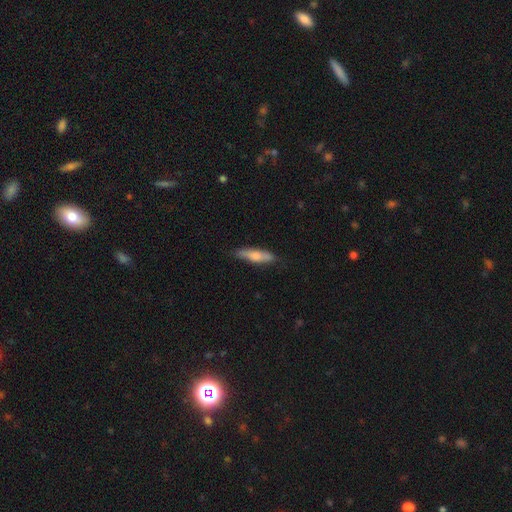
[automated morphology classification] smooth-or-featured: smooth: 62% | featured or disk: 32% | star or artifact: 6%
  how-rounded: cigar-shaped: 75% | in between: 23% | round: 2%
  merging: none: 84% | minor disturbance: 13% | major disturbance: 2% | merger: 1%